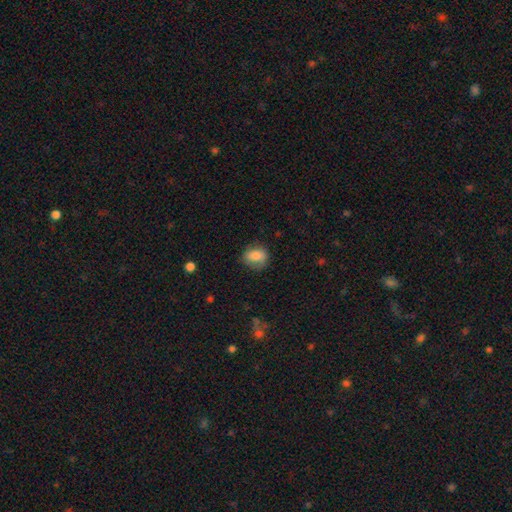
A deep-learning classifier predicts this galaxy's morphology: A smooth galaxy with no disk features (80%) that is in between round and cigar-shaped (53%). Merging: none (69%).